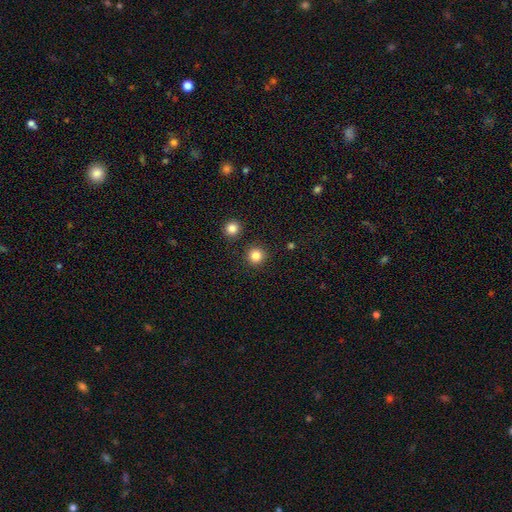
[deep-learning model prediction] This is clearly a smooth galaxy (84%). How rounded: clearly round (95%). Merging: clearly none (91%).